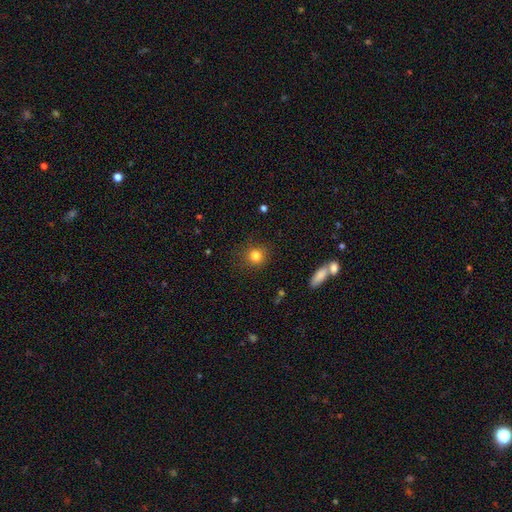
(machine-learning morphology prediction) Overall: smooth (82%). How rounded: round (88%). Merging: none (85%).